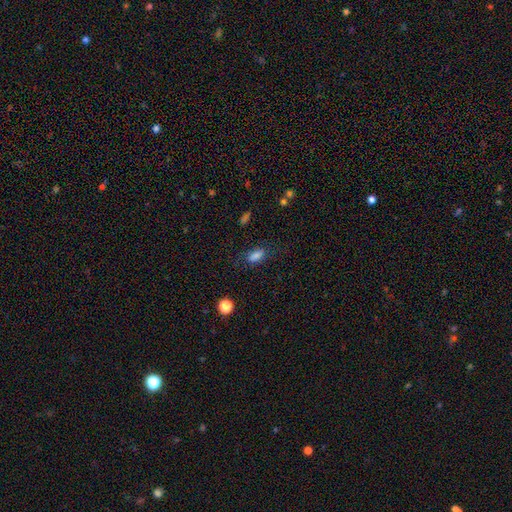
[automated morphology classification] Smooth or featured?
  - smooth: 80% *
  - star or artifact: 11%
  - featured or disk: 9%
How rounded?
  - in between: 81% *
  - cigar-shaped: 13%
  - round: 6%
Merging?
  - none: 72% *
  - minor disturbance: 18%
  - major disturbance: 8%
  - merger: 2%